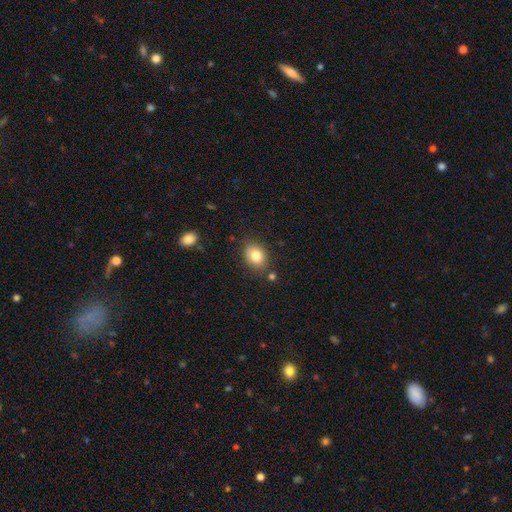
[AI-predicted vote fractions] This is clearly a smooth galaxy (82%). How rounded: possibly in between (60%). Merging: likely none (79%).